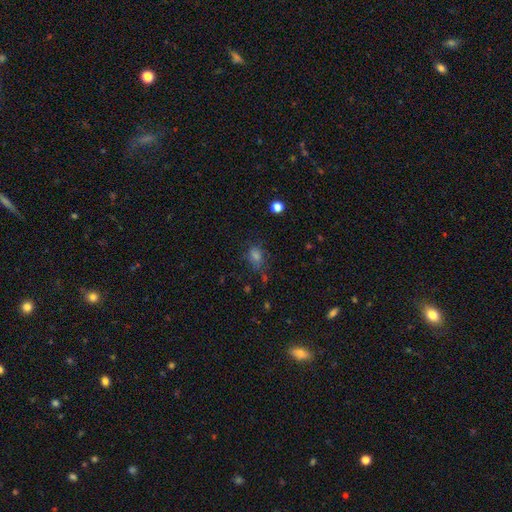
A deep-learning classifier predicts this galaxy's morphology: Smooth or featured? Predicted: smooth (p=0.60). How rounded? Predicted: in between (p=0.57). Merging? Predicted: none (p=0.61).